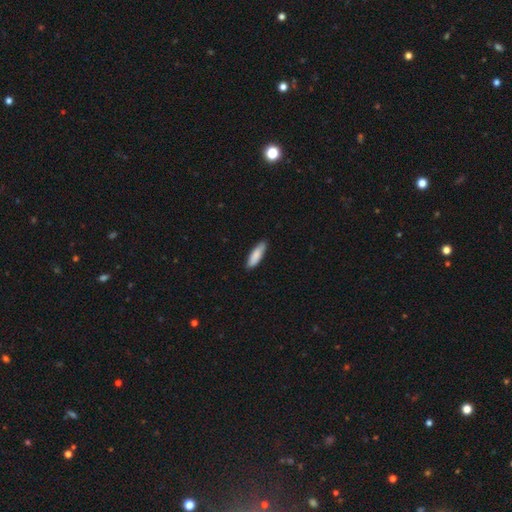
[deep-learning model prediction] Q: Smooth or featured?
A: smooth (86%); runner-up: featured or disk (9%)
Q: How rounded?
A: cigar-shaped (56%); runner-up: in between (43%)
Q: Merging?
A: none (86%); runner-up: minor disturbance (12%)